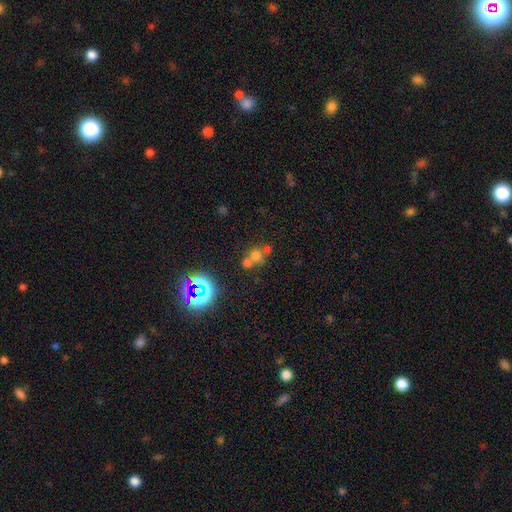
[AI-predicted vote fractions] Morphology: type=smooth (58%); roundness=round (83%); merging=none (47%).